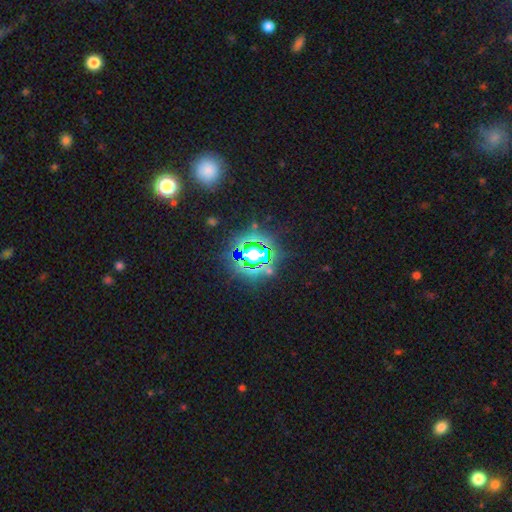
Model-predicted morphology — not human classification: Smooth or featured?
  - star or artifact: 65% *
  - smooth: 22%
  - featured or disk: 13%